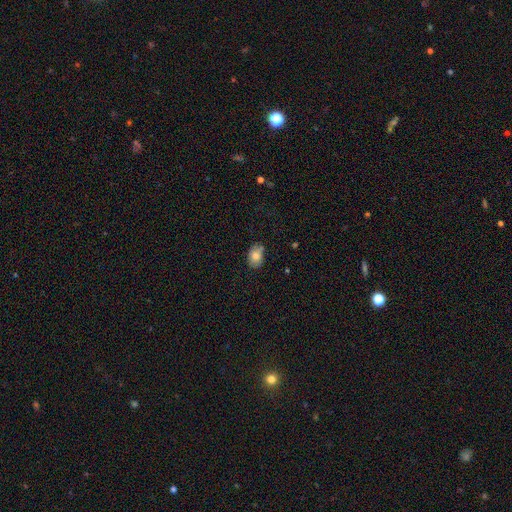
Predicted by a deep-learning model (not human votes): smooth_or_featured: smooth (p=0.79) [alt: featured or disk p=0.12]
how_rounded: in between (p=0.76) [alt: round p=0.22]
merging: none (p=0.67) [alt: minor disturbance p=0.24]